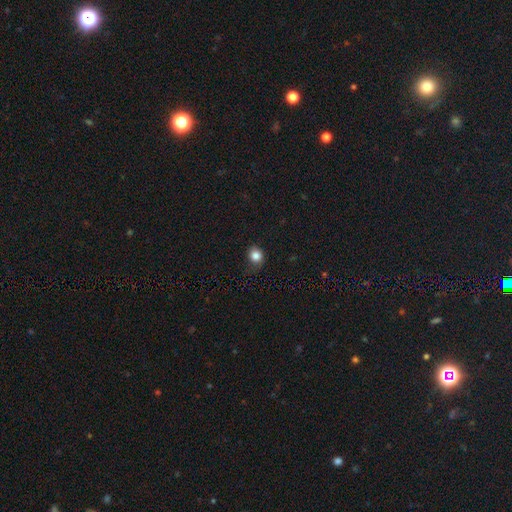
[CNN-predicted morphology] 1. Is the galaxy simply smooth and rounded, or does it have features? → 83% smooth, 11% star or artifact, 6% featured or disk.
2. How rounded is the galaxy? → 71% round, 28% in between, 1% cigar-shaped.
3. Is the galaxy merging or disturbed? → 70% none, 22% minor disturbance, 7% major disturbance, 1% merger.